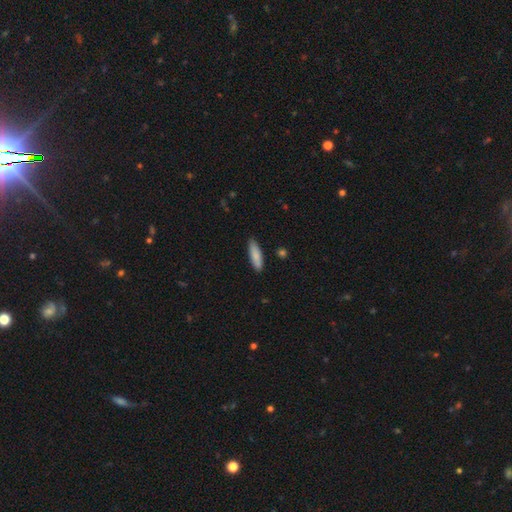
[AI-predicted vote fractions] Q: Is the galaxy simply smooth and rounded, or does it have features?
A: smooth — 85%.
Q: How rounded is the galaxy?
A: cigar-shaped — 61%.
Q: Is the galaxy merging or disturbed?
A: none — 88%.